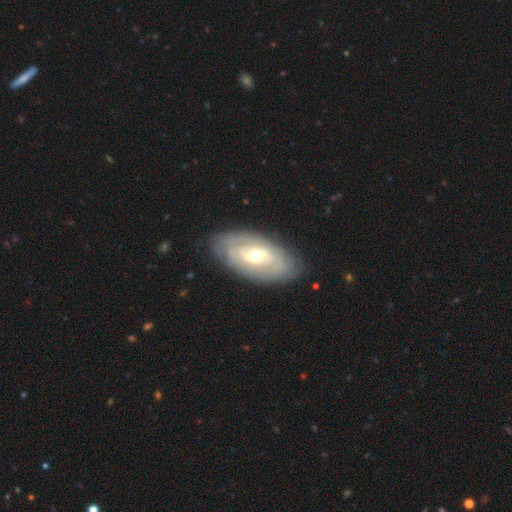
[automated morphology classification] A featured or disk galaxy (77%) with no bar (40%, tied with weak), tight (74%) spiral arms (73%) and a moderate central bulge (66%).

Vote fractions:
- Smooth or featured? featured or disk: 77% / smooth: 18% / star or artifact: 5%
- Edge-on disk? no: 92% / yes: 8%
- Bar? no: 40% (tied) / weak: 40% (tied) / strong: 20%
- Spiral arms? yes: 73% / no: 27%
- Spiral winding? tight: 74% / medium: 19% / loose: 7%
- Spiral arm count? can't tell: 53% / 2: 29% / 3: 7% / 1: 4% / 4: 4% / more than 4: 3%
- Bulge size? moderate: 66% / small: 28% / large: 4% / dominant: 1% / none: 1%
- Merging? none: 80% / minor disturbance: 15% / major disturbance: 4% / merger: 1%